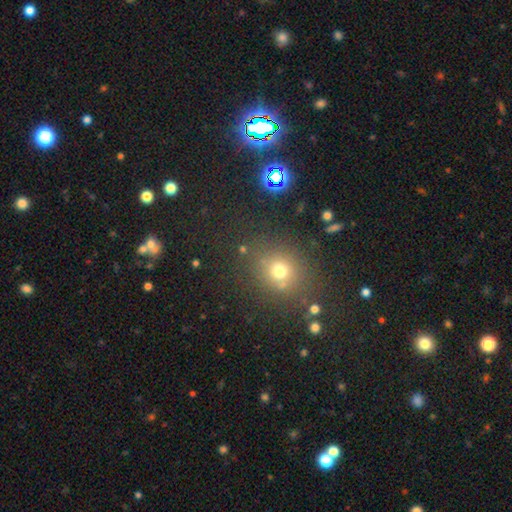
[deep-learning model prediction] Smooth or featured?
  - smooth: 53% *
  - star or artifact: 39%
  - featured or disk: 8%
How rounded?
  - round: 77% *
  - in between: 22%
  - cigar-shaped: 1%
Merging?
  - none: 85% *
  - minor disturbance: 8%
  - major disturbance: 4%
  - merger: 3%